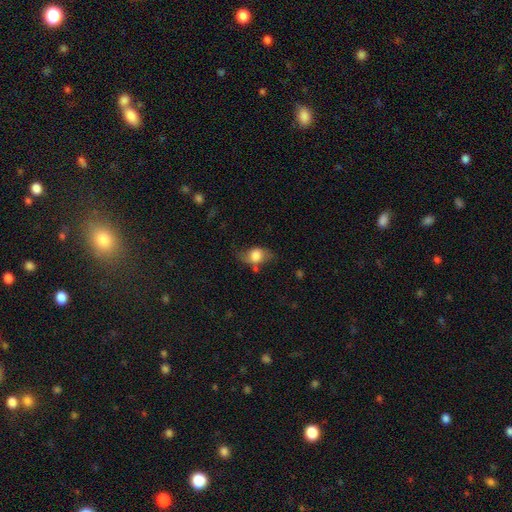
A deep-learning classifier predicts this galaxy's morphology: Smooth or featured: smooth — 67% (featured or disk — 25%)
How rounded: in between — 75% (round — 22%)
Merging: none — 51% (minor disturbance — 30%)